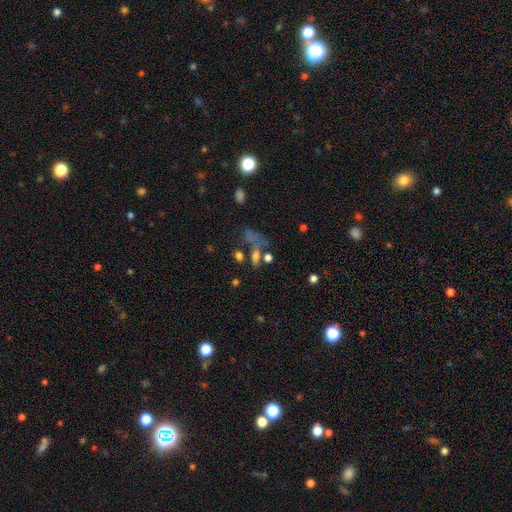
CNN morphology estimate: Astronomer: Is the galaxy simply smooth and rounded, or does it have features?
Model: smooth — 67%.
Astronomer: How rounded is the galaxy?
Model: in between — 65%.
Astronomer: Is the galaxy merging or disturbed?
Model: none — 46% (runner-up: merger, 26%).